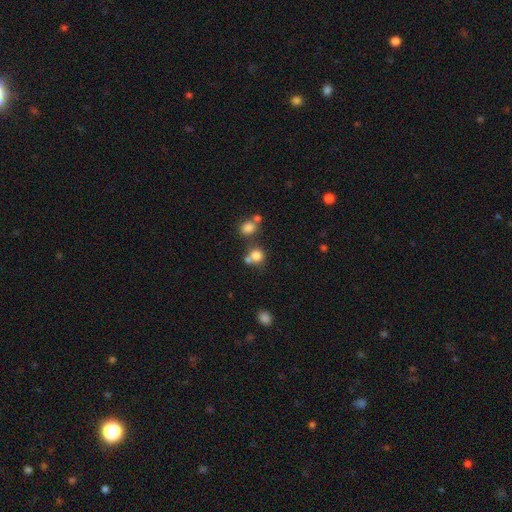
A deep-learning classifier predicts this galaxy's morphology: A smooth galaxy with no disk features (78%) that is round (83%). Merging: none (55%).